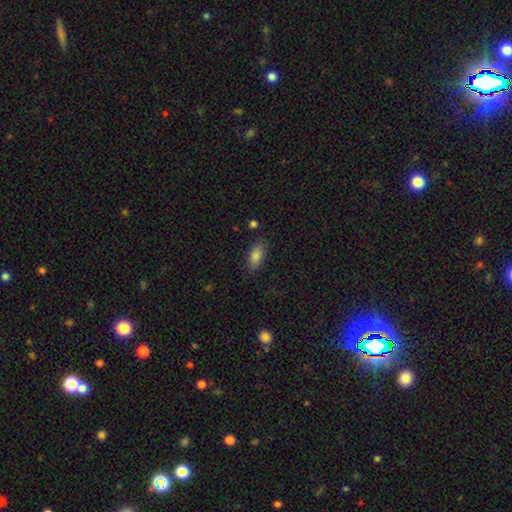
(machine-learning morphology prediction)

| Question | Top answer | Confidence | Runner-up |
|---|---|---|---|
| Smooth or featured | smooth | 86% | star or artifact (8%) |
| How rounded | in between | 91% | cigar-shaped (6%) |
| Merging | none | 80% | minor disturbance (14%) |